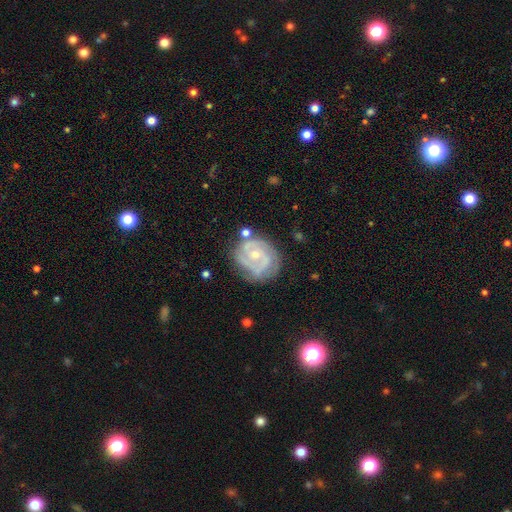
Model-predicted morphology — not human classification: A featured or disk galaxy (83%) with no bar (62%), 2 (50%) tight (60%) spiral arms (93%) and a small central bulge (60%).

Vote fractions:
- Smooth or featured? featured or disk: 83% / smooth: 11% / star or artifact: 6%
- Edge-on disk? no: 98% / yes: 2%
- Bar? no: 62% / weak: 31% / strong: 7%
- Spiral arms? yes: 93% / no: 7%
- Spiral winding? tight: 60% / medium: 33% / loose: 8%
- Spiral arm count? 2: 50% / 3: 20% / can't tell: 19% / 1: 5% / 4: 3% / more than 4: 3%
- Bulge size? small: 60% / moderate: 36% / none: 2% / large: 1% / dominant: 1%
- Merging? none: 65% / minor disturbance: 22% / major disturbance: 8% / merger: 5%